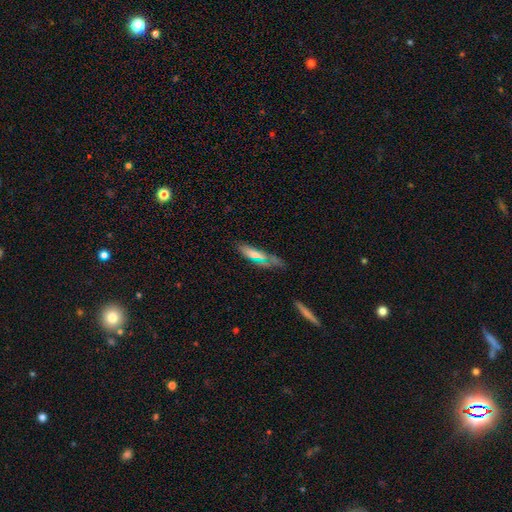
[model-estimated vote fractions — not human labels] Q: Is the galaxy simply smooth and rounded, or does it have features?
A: smooth — 58%.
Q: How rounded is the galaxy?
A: cigar-shaped — 60%.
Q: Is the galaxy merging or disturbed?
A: none — 59%.